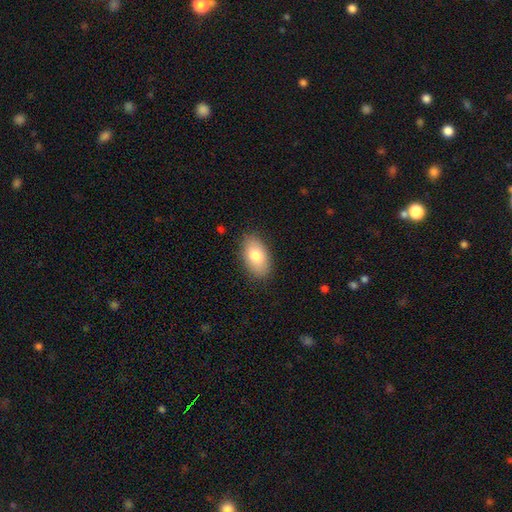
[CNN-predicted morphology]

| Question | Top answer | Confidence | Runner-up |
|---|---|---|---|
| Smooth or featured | smooth | 79% | featured or disk (14%) |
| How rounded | in between | 94% | round (5%) |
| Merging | none | 85% | minor disturbance (11%) |